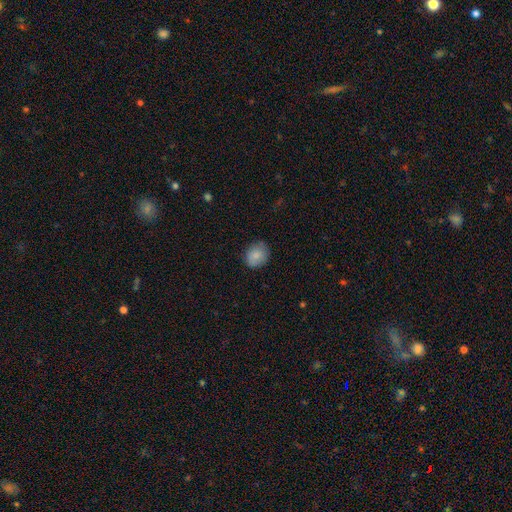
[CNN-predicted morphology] This appears to be a smooth galaxy with no disk features (84%) that is round (63%). Merging: none (79%).